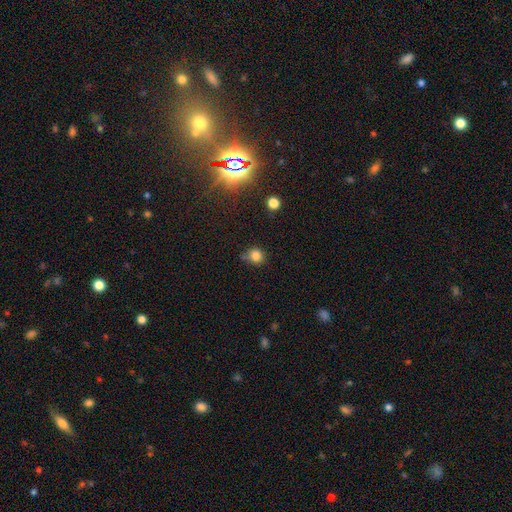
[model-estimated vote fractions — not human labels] Smooth or featured: smooth — 80% (star or artifact — 13%)
How rounded: round — 81% (in between — 18%)
Merging: none — 57% (minor disturbance — 28%)